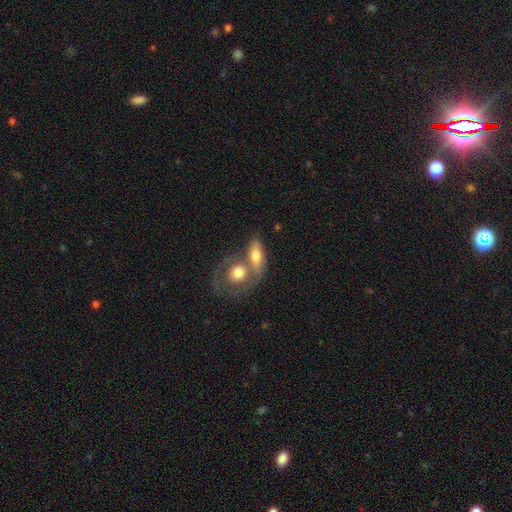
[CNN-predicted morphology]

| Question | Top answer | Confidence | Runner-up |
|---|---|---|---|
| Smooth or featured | smooth | 64% | featured or disk (31%) |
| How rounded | in between | 71% | round (17%) |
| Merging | merger | 51% | none (35%) |